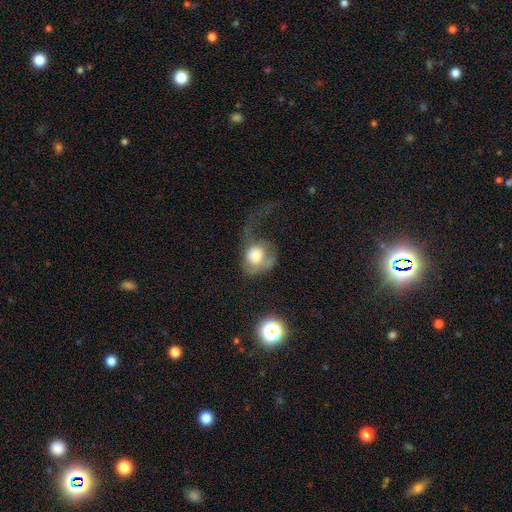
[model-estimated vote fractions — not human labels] Morphology: type=smooth (60%); roundness=round (57%); merging=major disturbance (64%).